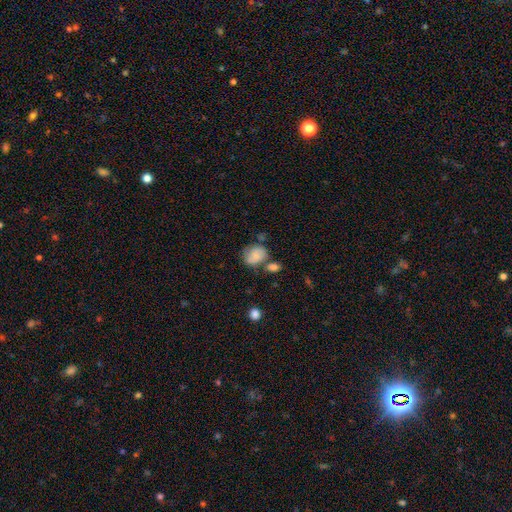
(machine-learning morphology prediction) Smooth or featured: smooth — 74% (featured or disk — 17%)
How rounded: in between — 51% (round — 48%)
Merging: none — 47% (minor disturbance — 24%)